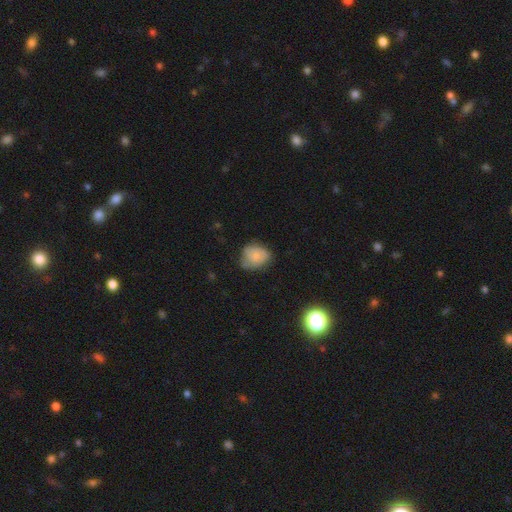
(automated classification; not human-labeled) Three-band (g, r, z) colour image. It shows a smooth galaxy with no disk features (65%) that is round (61%). Merging: none (54%).